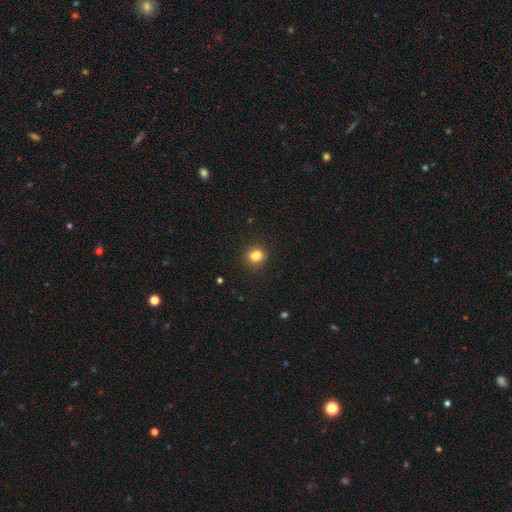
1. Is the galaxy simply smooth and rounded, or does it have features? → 82% smooth, 10% featured or disk, 8% star or artifact.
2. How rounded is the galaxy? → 81% round, 19% in between, 0% cigar-shaped.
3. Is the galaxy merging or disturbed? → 83% none, 6% minor disturbance, 6% major disturbance, 6% merger.